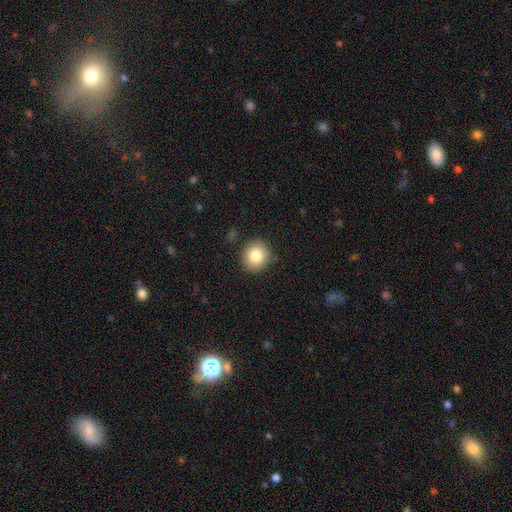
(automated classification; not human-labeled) smooth 83%, star or artifact 9%, featured or disk 8%. Down the decision tree: how rounded — round (86%); merging — none (87%).